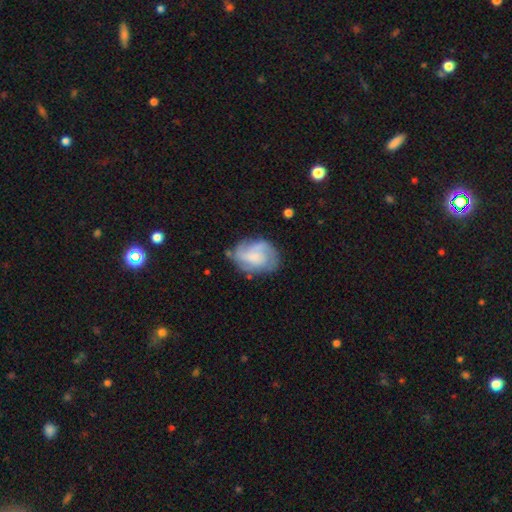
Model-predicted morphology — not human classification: smooth-or-featured: featured or disk: 63% | smooth: 30% | star or artifact: 7%
  disk-edge-on: no: 98% | yes: 2%
    bar: no: 65% | weak: 30% | strong: 5%
    has-spiral-arms: yes: 86% | no: 14%
      spiral-winding: medium: 42% | tight: 40% | loose: 18%
      spiral-arm-count: can't tell: 28% (tied) | 2: 28% (tied) | 3: 27% | 4: 6% | 1: 6% | more than 4: 4%
    bulge-size: none: 34% | small: 30% | moderate: 23% | large: 11% | dominant: 2%
  merging: none: 61% | minor disturbance: 23% | major disturbance: 12% | merger: 4%